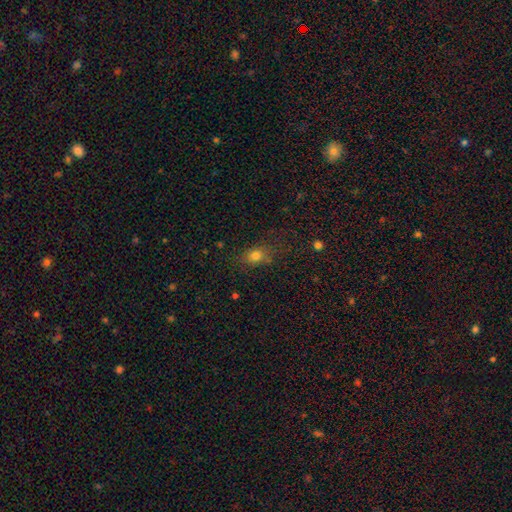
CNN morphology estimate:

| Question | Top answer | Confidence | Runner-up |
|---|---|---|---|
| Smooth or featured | smooth | 76% | star or artifact (15%) |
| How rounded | in between | 52% | round (45%) |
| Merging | none | 73% | minor disturbance (17%) |